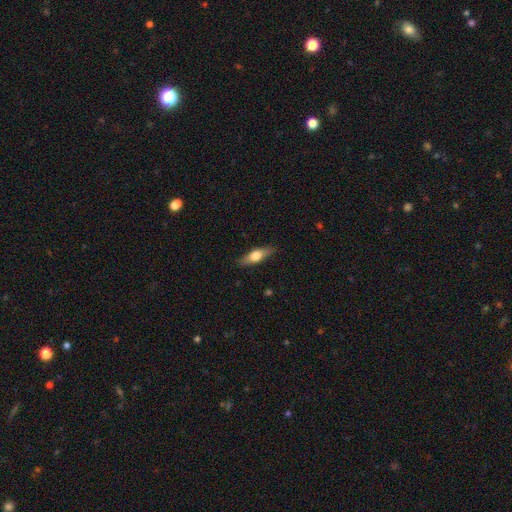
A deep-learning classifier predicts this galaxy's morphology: A smooth galaxy with no disk features (56%) that is in between round and cigar-shaped (50%). Merging: none (86%).